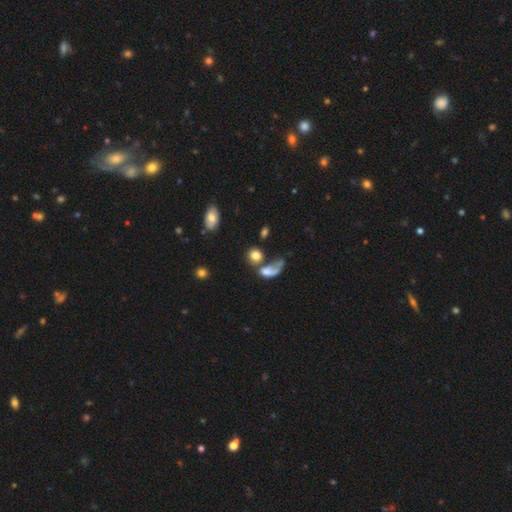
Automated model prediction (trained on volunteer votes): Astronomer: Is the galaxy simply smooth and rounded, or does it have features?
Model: smooth — 74%.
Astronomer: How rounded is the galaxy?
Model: round — 70%.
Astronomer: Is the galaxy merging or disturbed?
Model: none — 37% (runner-up: merger, 35%).